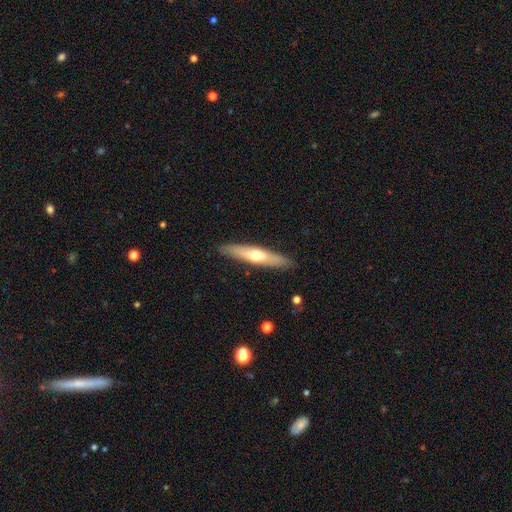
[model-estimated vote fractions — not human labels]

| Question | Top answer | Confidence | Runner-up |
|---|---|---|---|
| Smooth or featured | smooth | 48% | featured or disk (47%) |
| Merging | none | 89% | minor disturbance (8%) |